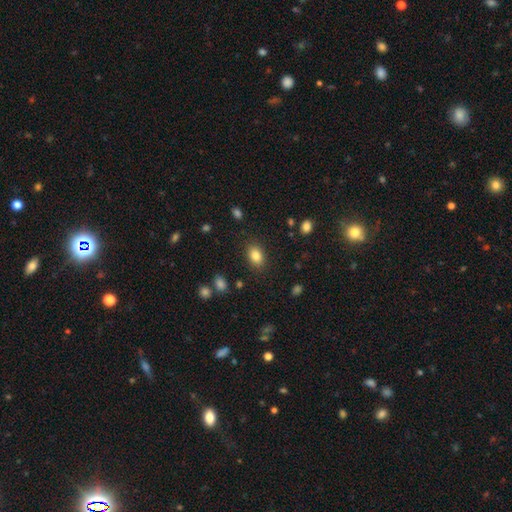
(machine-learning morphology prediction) The model was most divided on "how rounded": in between: 76%, round: 23%, cigar-shaped: 1%. More confident: merging — none (85%); smooth or featured — smooth (84%).